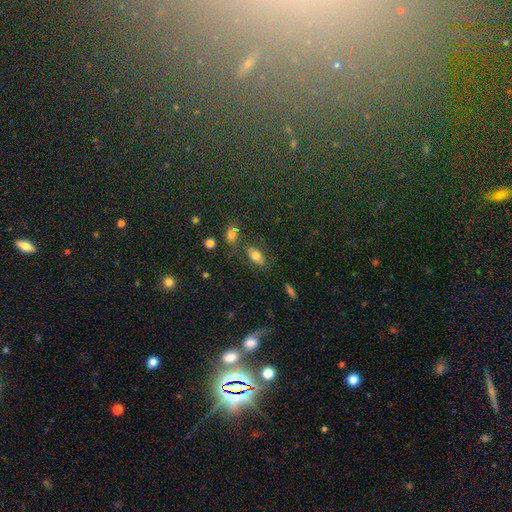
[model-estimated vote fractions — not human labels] smooth 76%, featured or disk 13%, star or artifact 11%. Down the decision tree: how rounded — in between (89%); merging — none (70%).